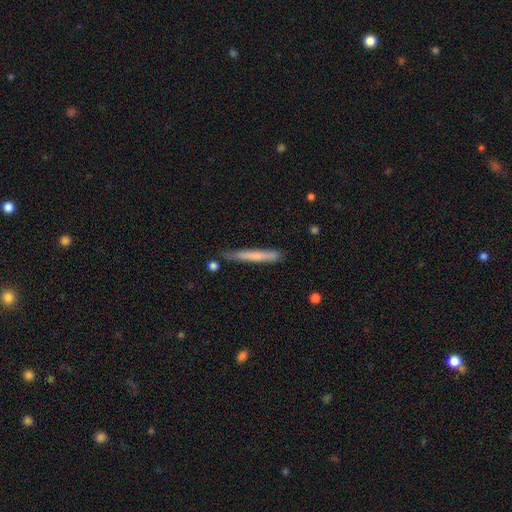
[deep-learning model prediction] Smooth or featured? smooth (66%)
How rounded? cigar-shaped (96%)
Merging? none (75%)